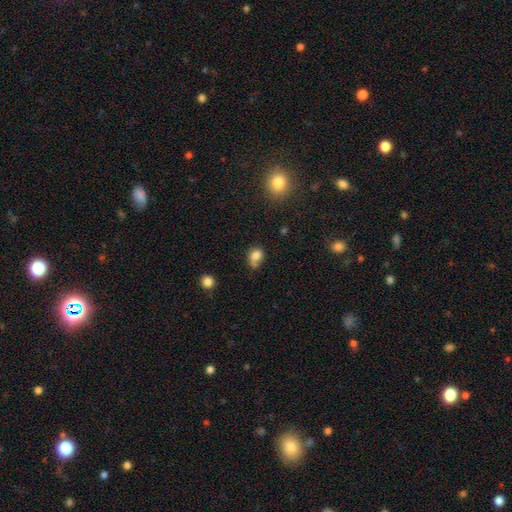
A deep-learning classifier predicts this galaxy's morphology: smooth 78%, star or artifact 12%, featured or disk 11%. Down the decision tree: how rounded — in between (50%); merging — none (40%).